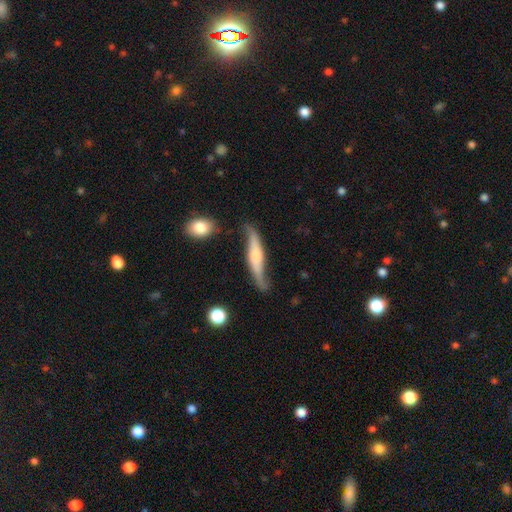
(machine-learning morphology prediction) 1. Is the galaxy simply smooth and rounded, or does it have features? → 68% featured or disk, 27% smooth, 5% star or artifact.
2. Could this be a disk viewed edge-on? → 60% yes, 40% no.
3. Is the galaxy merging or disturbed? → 61% none, 25% minor disturbance, 9% major disturbance, 5% merger.